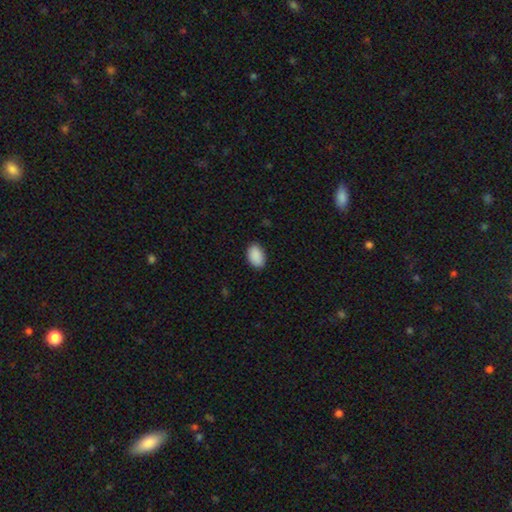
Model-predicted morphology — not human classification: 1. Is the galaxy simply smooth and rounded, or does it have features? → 90% smooth, 7% star or artifact, 3% featured or disk.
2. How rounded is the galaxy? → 90% in between, 8% round, 1% cigar-shaped.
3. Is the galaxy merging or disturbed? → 84% none, 13% minor disturbance, 2% major disturbance, 1% merger.